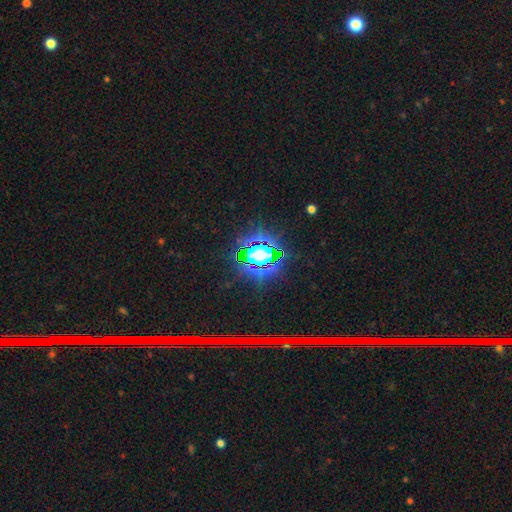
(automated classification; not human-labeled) A star or artifact, not a galaxy (80%).